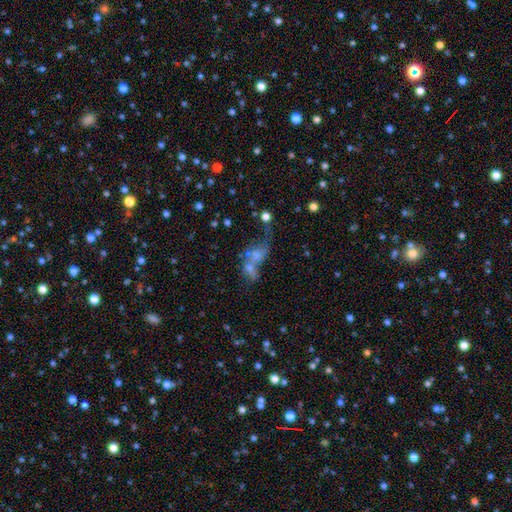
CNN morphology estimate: Smooth or featured?
  - smooth: 38% *
  - featured or disk: 35%
  - star or artifact: 27%
Merging?
  - merger: 51% *
  - none: 22%
  - major disturbance: 17%
  - minor disturbance: 10%